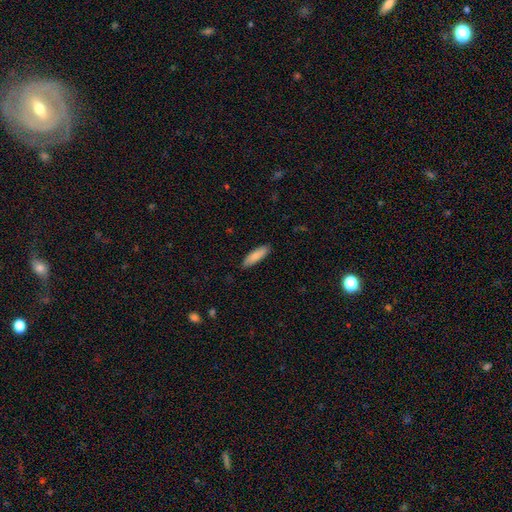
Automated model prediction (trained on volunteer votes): smooth_or_featured: smooth (p=0.86) [alt: featured or disk p=0.08]
how_rounded: cigar-shaped (p=0.58) [alt: in between p=0.41]
merging: none (p=0.88) [alt: minor disturbance p=0.09]